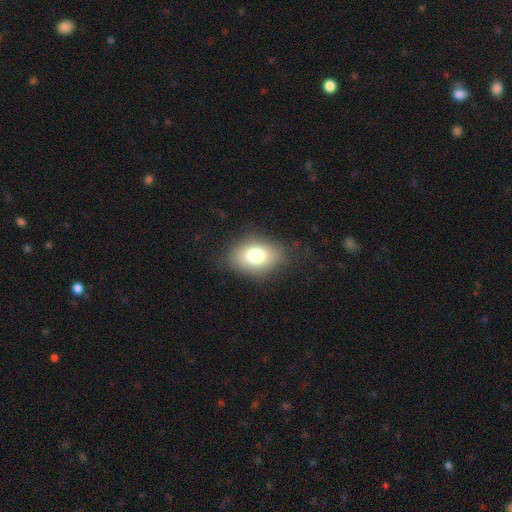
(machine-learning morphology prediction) The model was most divided on "how rounded": in between: 79%, round: 19%, cigar-shaped: 1%. More confident: merging — none (79%); smooth or featured — smooth (76%).